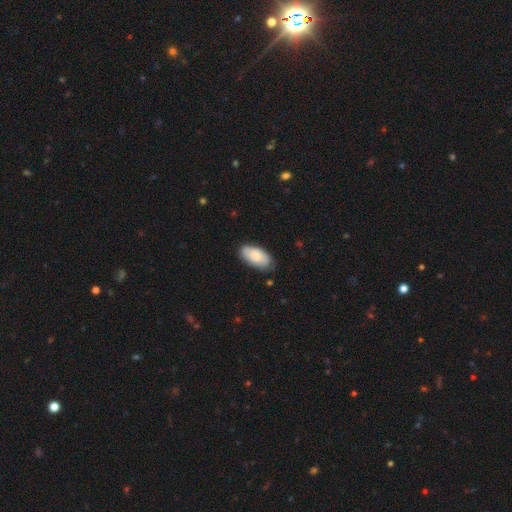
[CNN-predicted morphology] The model was most divided on "merging": none: 76%, minor disturbance: 19%, major disturbance: 3%, merger: 1%. More confident: how rounded — in between (94%); smooth or featured — smooth (79%).